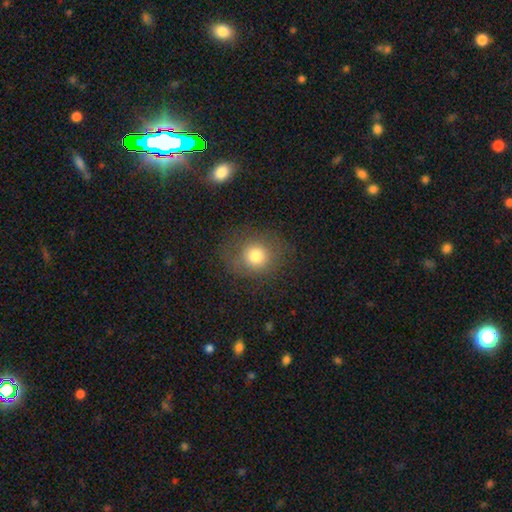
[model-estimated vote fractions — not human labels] Smooth or featured? smooth (76%)
How rounded? round (81%)
Merging? none (79%)